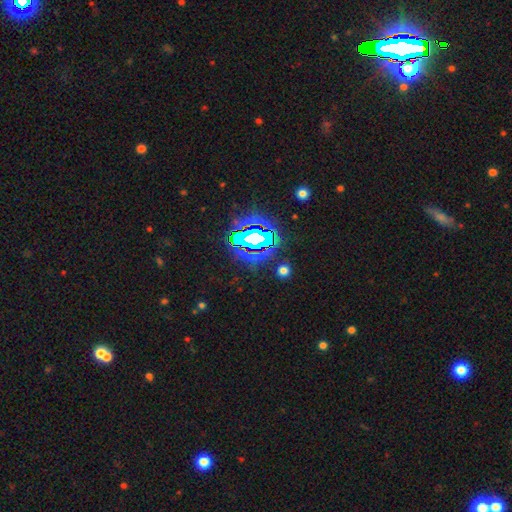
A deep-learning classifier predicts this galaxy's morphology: The model was most divided on "smooth or featured": star or artifact: 79%, smooth: 12%, featured or disk: 8%.